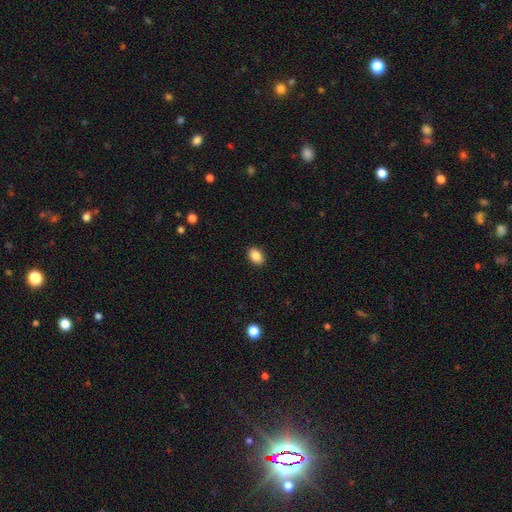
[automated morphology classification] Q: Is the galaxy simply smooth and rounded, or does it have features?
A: smooth — 88%.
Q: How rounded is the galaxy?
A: in between — 81%.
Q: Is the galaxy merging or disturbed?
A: none — 90%.